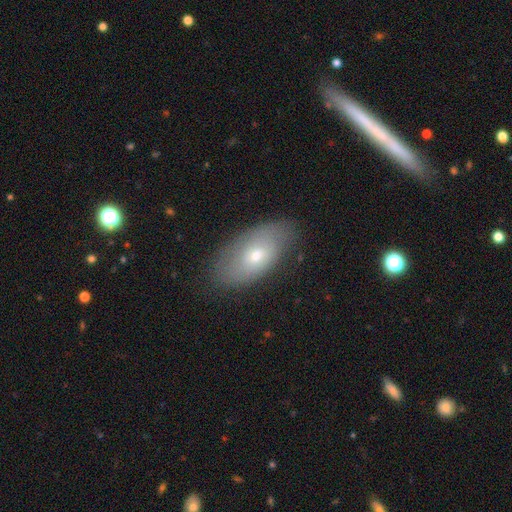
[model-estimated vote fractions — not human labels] smooth_or_featured: smooth (p=0.56) [alt: featured or disk p=0.35]
how_rounded: in between (p=0.92) [alt: round p=0.05]
merging: none (p=0.78) [alt: minor disturbance p=0.17]